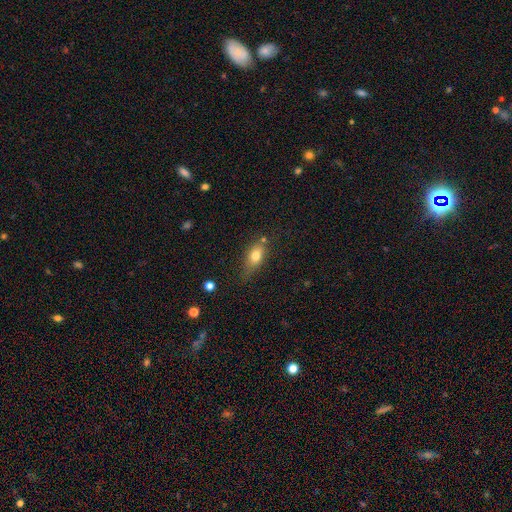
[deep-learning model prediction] Q: Smooth or featured?
A: smooth (75%); runner-up: featured or disk (16%)
Q: How rounded?
A: in between (77%); runner-up: round (11%)
Q: Merging?
A: none (60%); runner-up: minor disturbance (26%)